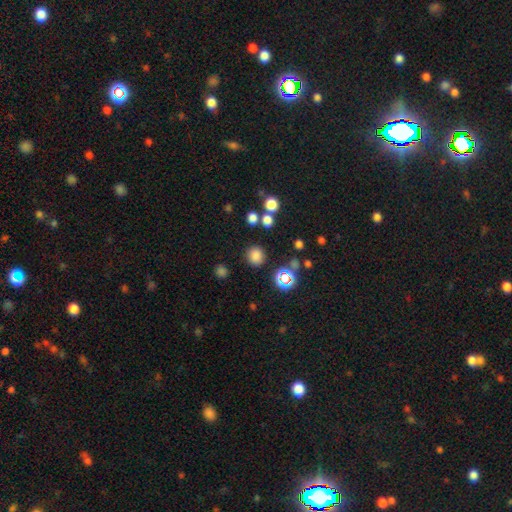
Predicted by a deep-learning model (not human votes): The model was most divided on "smooth or featured": smooth: 77%, star or artifact: 18%, featured or disk: 5%. More confident: how rounded — round (88%); merging — none (84%).